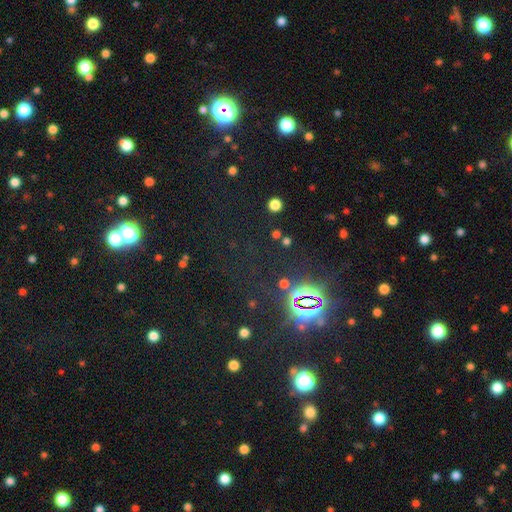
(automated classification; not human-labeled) star or artifact 77%, smooth 15%, featured or disk 7%.